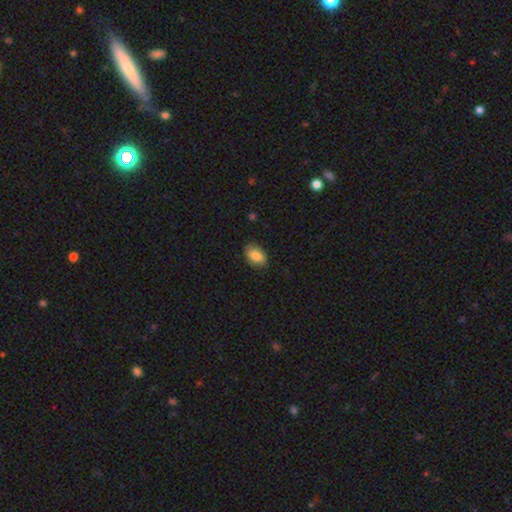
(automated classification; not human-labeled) A smooth galaxy with no disk features (84%) that is in between round and cigar-shaped (88%).

Vote fractions:
- Smooth or featured? smooth: 84% / featured or disk: 9% / star or artifact: 7%
- How rounded? in between: 88% / round: 11% / cigar-shaped: 1%
- Merging? none: 83% / minor disturbance: 13% / major disturbance: 2% / merger: 1%